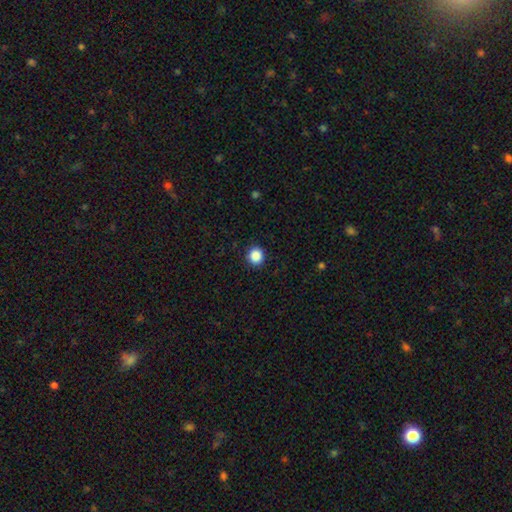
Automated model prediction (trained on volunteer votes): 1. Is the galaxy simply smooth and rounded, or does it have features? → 87% smooth, 10% star or artifact, 3% featured or disk.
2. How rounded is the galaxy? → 92% round, 7% in between, 1% cigar-shaped.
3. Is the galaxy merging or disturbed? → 91% none, 6% minor disturbance, 2% major disturbance, 1% merger.